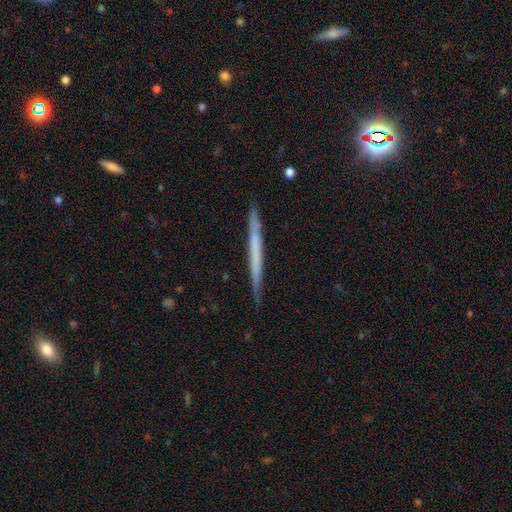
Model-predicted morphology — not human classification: smooth-or-featured: featured or disk: 50% | smooth: 42% | star or artifact: 7%
  disk-edge-on: yes: 96% | no: 4%
  merging: none: 88% | minor disturbance: 9% | major disturbance: 1% | merger: 1%